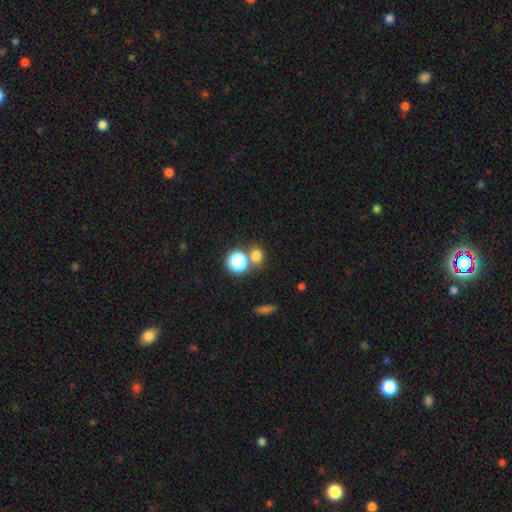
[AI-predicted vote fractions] Smooth or featured? smooth (72%)
How rounded? round (64%)
Merging? none (65%)